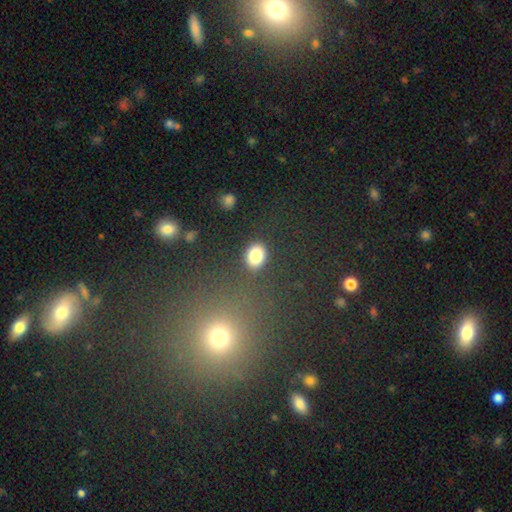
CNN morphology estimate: A smooth galaxy with no disk features (83%) that is in between round and cigar-shaped (60%). Merging: none (84%).